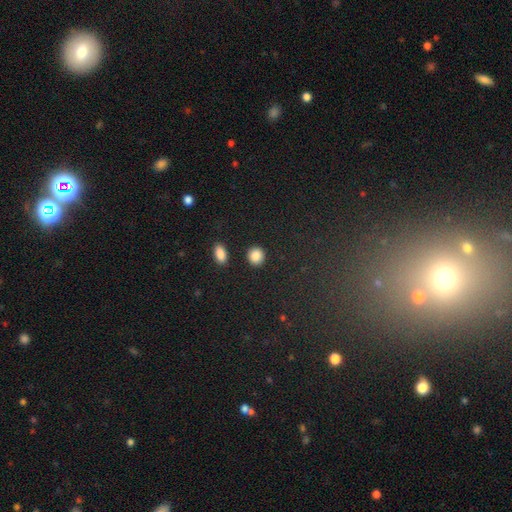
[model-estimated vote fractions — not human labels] Smooth or featured? smooth (88%)
How rounded? round (86%)
Merging? none (89%)